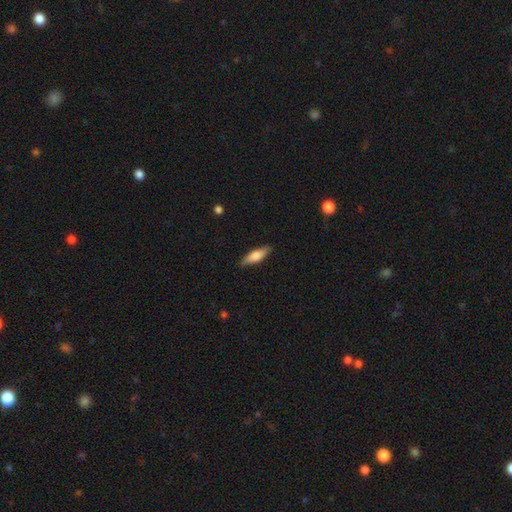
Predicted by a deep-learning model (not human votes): Overall: smooth (63%; featured or disk 31%). How rounded: cigar-shaped (53%; in between 45%). Merging: none (86%).